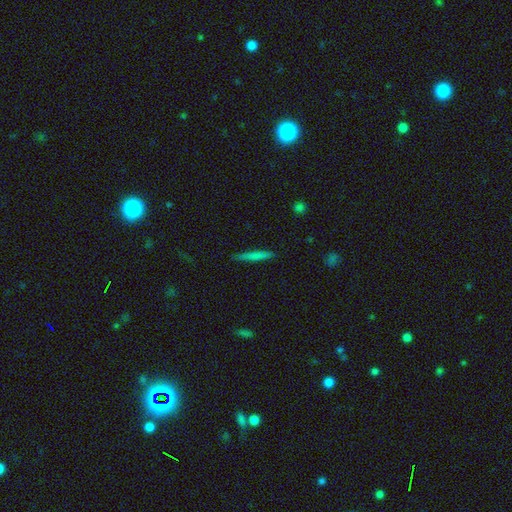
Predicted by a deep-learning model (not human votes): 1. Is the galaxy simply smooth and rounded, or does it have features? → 71% smooth, 22% featured or disk, 7% star or artifact.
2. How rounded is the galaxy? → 94% cigar-shaped, 4% in between, 2% round.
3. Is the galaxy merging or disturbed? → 88% none, 9% minor disturbance, 2% major disturbance, 1% merger.